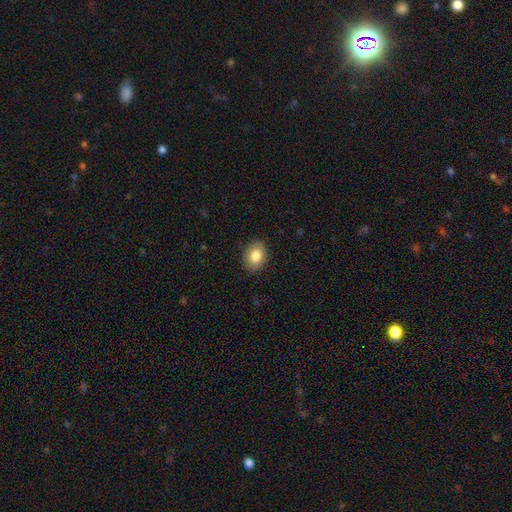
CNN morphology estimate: Q: Smooth or featured?
A: smooth (84%); runner-up: featured or disk (8%)
Q: How rounded?
A: in between (75%); runner-up: round (24%)
Q: Merging?
A: none (88%); runner-up: minor disturbance (9%)